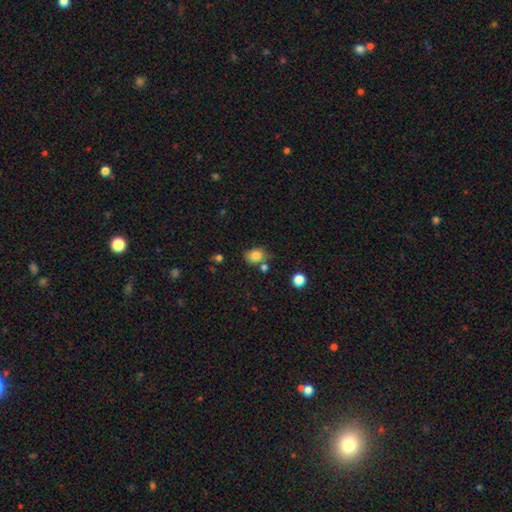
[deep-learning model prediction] Q: Smooth or featured?
A: smooth (84%); runner-up: star or artifact (10%)
Q: How rounded?
A: in between (54%); runner-up: round (45%)
Q: Merging?
A: none (64%); runner-up: minor disturbance (18%)